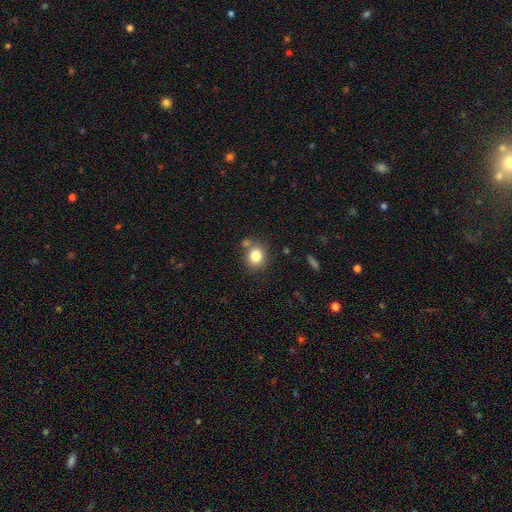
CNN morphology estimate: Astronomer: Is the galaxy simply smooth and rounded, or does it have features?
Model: smooth — 81%.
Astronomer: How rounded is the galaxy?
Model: round — 75%.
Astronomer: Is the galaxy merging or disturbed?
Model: none — 71%.